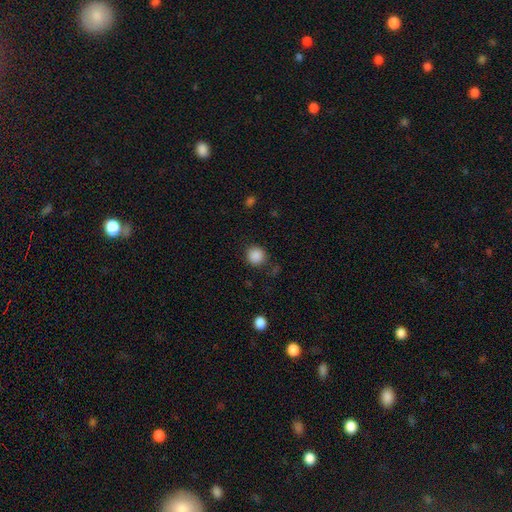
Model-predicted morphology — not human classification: smooth 88%, star or artifact 10%, featured or disk 3%. Down the decision tree: how rounded — round (93%); merging — none (86%).